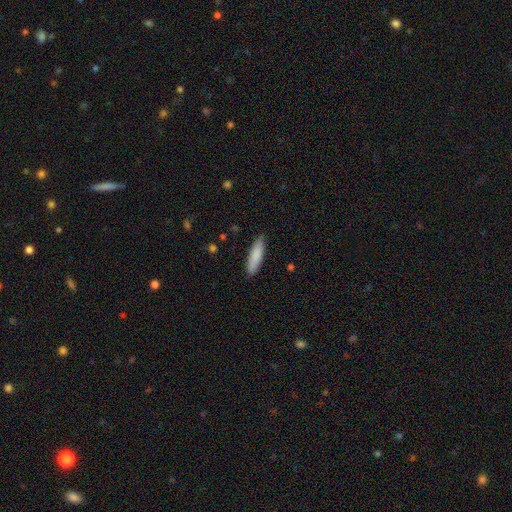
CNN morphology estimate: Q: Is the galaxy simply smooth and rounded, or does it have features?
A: smooth — 86%.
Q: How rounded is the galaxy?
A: cigar-shaped — 69%.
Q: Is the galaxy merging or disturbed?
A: none — 88%.